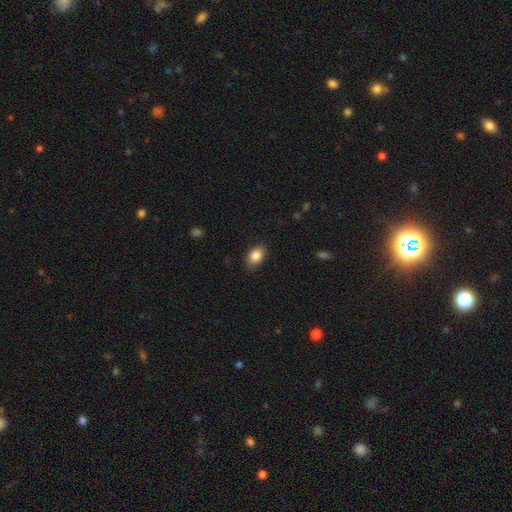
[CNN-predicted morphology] A smooth galaxy with no disk features (85%) that is in between round and cigar-shaped (85%).

Vote fractions:
- Smooth or featured? smooth: 85% / star or artifact: 8% / featured or disk: 7%
- How rounded? in between: 85% / round: 13% / cigar-shaped: 1%
- Merging? none: 85% / minor disturbance: 12% / major disturbance: 3% / merger: 1%